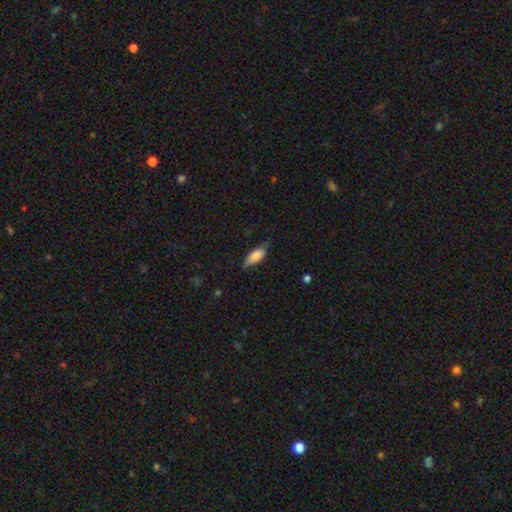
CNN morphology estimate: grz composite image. It shows a smooth galaxy with no disk features (77%) that is in between round and cigar-shaped (74%). Merging: none (66%).